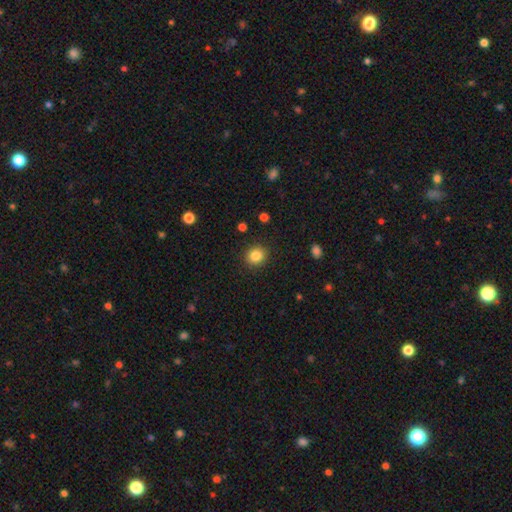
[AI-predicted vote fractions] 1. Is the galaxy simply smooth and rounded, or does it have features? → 85% smooth, 10% star or artifact, 5% featured or disk.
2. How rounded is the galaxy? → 84% round, 15% in between, 1% cigar-shaped.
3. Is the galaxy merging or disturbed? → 90% none, 7% minor disturbance, 2% major disturbance, 1% merger.